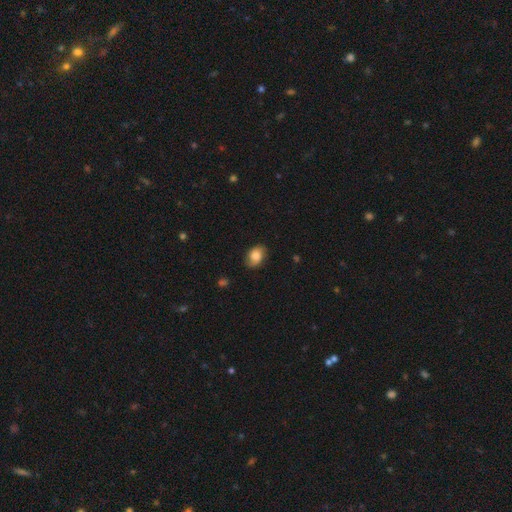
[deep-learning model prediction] Smooth or featured? smooth (74%)
How rounded? in between (75%)
Merging? none (78%)